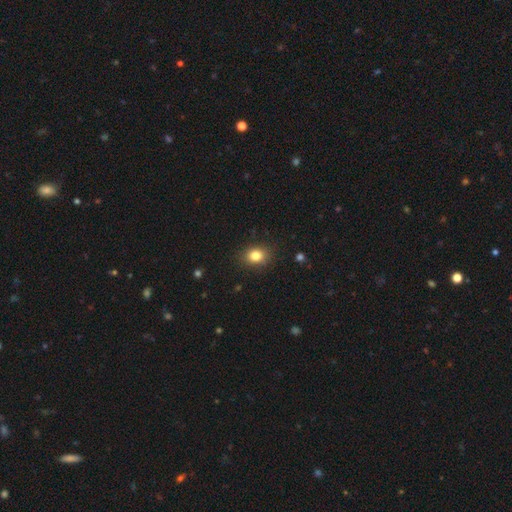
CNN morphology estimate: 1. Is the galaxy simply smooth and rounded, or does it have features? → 83% smooth, 11% star or artifact, 7% featured or disk.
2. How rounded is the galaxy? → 53% in between, 46% round, 1% cigar-shaped.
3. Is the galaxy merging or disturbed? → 87% none, 10% minor disturbance, 3% major disturbance, 1% merger.